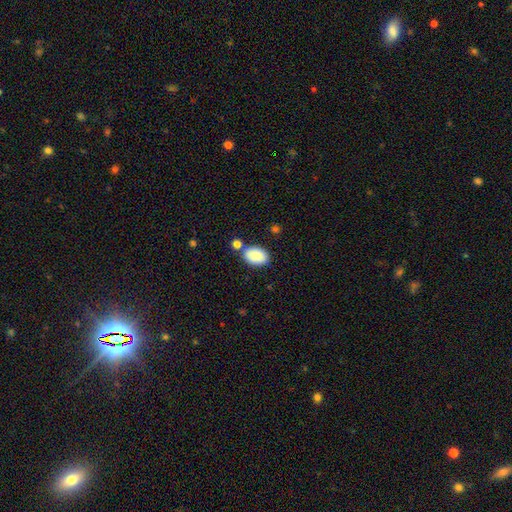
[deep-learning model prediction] The model was most divided on "merging": none: 71%, minor disturbance: 13%, merger: 12%, major disturbance: 4%. More confident: how rounded — in between (90%); smooth or featured — smooth (89%).